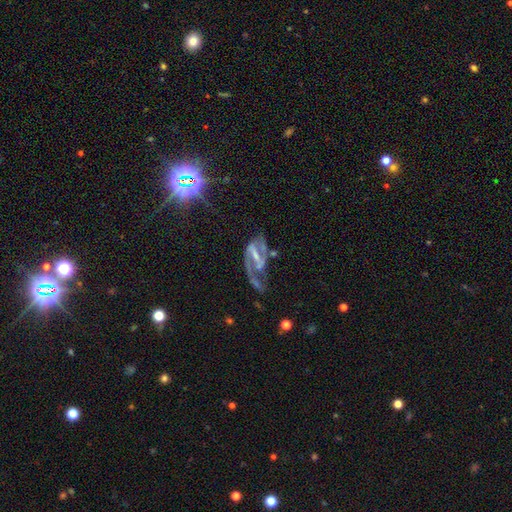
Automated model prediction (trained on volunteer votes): A featured or disk galaxy (80%) with a strong bar (48%), 2 (67%) medium (42%) spiral arms (85%) and a small central bulge (50%). Merging: none (37%).